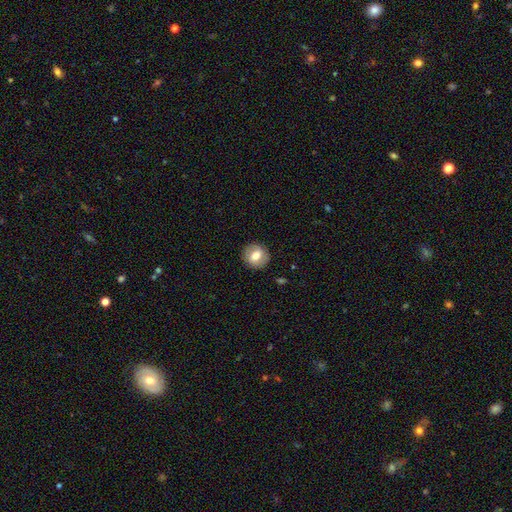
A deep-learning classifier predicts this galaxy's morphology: Overall: smooth (70%). How rounded: round (81%). Merging: none (88%).